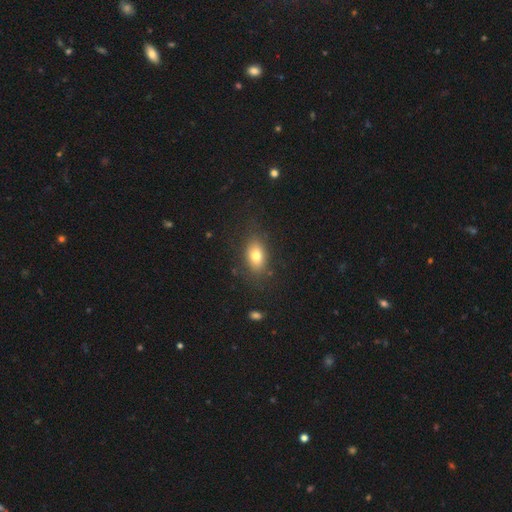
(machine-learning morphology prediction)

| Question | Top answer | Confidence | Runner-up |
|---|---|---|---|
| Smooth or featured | smooth | 77% | featured or disk (14%) |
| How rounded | in between | 84% | round (13%) |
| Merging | none | 80% | minor disturbance (13%) |